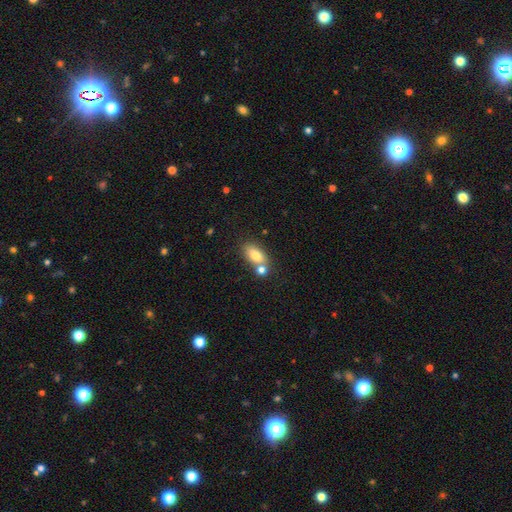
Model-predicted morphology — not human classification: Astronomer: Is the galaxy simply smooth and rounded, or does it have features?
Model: smooth — 78%.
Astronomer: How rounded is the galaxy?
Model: in between — 84%.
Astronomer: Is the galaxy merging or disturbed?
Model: none — 52% (runner-up: merger, 31%).